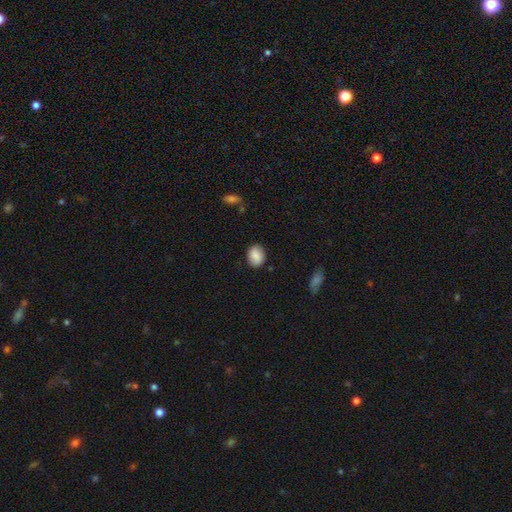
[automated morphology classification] The model was most divided on "how rounded": in between: 67%, round: 32%, cigar-shaped: 1%. More confident: smooth or featured — smooth (85%); merging — none (83%).